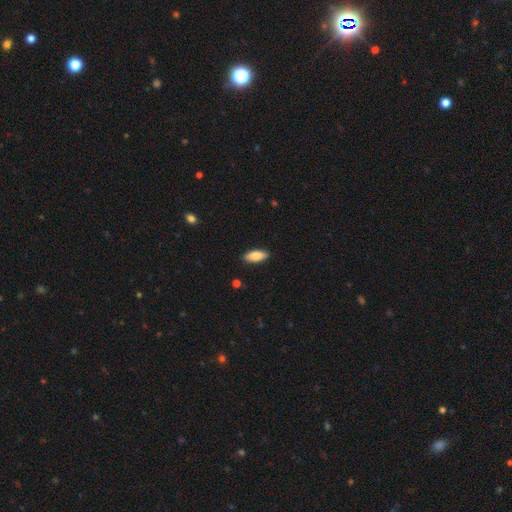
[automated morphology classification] A smooth galaxy with no disk features (81%) that is in between round and cigar-shaped (77%). Merging: none (90%).